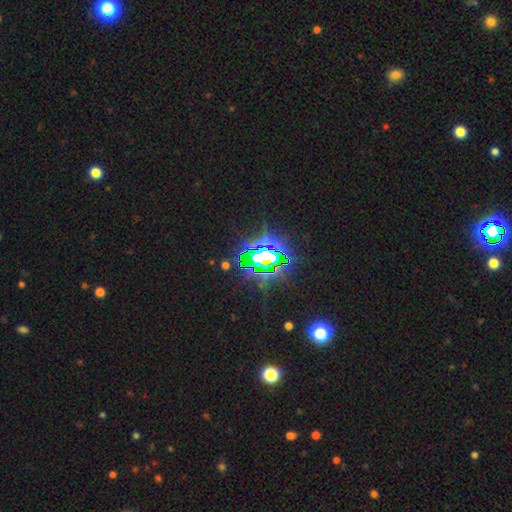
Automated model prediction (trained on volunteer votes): A star or artifact, not a galaxy (83%).

Vote fractions:
- Smooth or featured? star or artifact: 83% / smooth: 9% / featured or disk: 8%